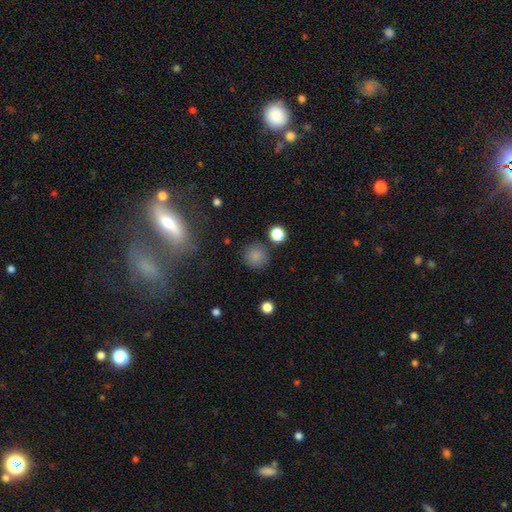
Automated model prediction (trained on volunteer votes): Smooth or featured: smooth — 83% (star or artifact — 12%)
How rounded: round — 94% (in between — 5%)
Merging: none — 86% (minor disturbance — 7%)